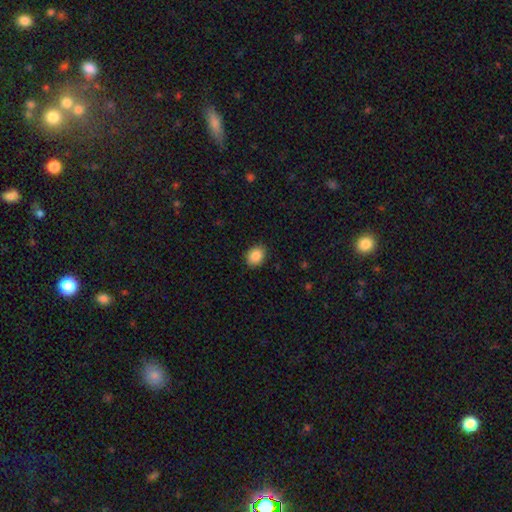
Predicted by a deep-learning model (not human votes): smooth_or_featured: smooth (p=0.88) [alt: star or artifact p=0.08]
how_rounded: in between (p=0.61) [alt: round p=0.38]
merging: none (p=0.88) [alt: minor disturbance p=0.09]